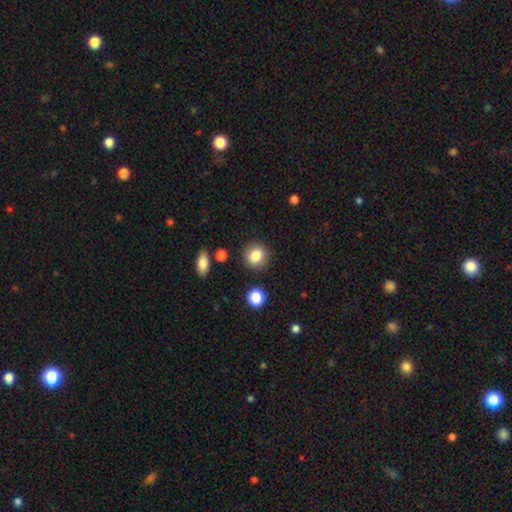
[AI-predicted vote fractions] Overall: smooth (85%). How rounded: round (86%). Merging: none (87%).